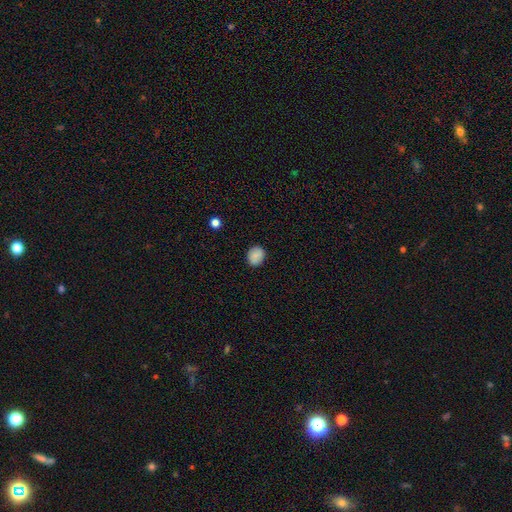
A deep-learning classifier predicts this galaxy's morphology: type=smooth (86%); roundness=round (64%); merging=none (88%).